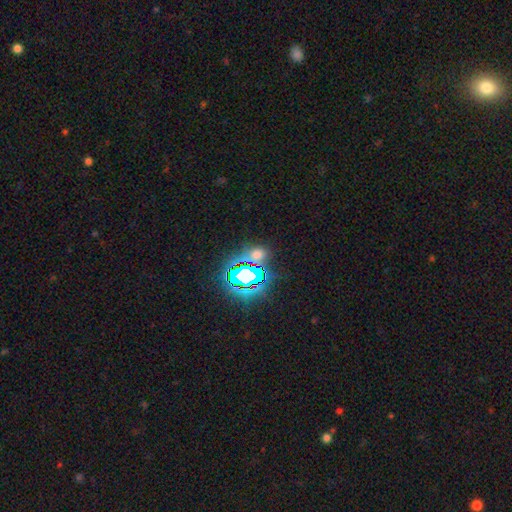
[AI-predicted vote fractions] Q: Smooth or featured?
A: star or artifact (77%); runner-up: smooth (15%)